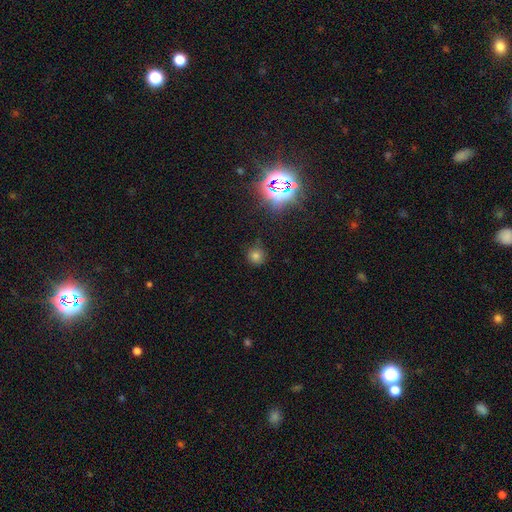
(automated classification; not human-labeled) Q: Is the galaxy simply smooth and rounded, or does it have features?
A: smooth — 65%.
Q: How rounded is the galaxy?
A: round — 91%.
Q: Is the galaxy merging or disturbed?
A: none — 81%.